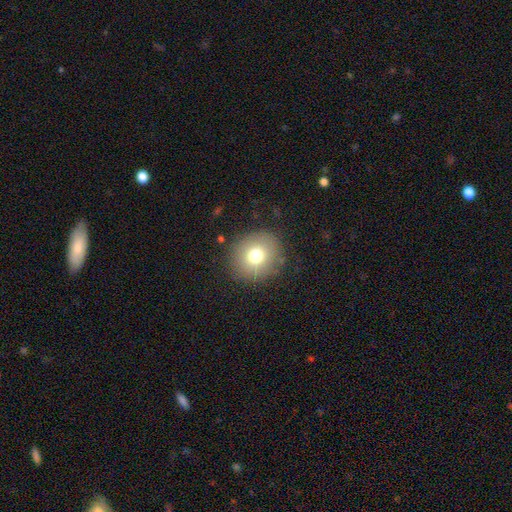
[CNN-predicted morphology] This is likely a smooth galaxy (74%). How rounded: clearly round (86%). Merging: clearly none (86%).